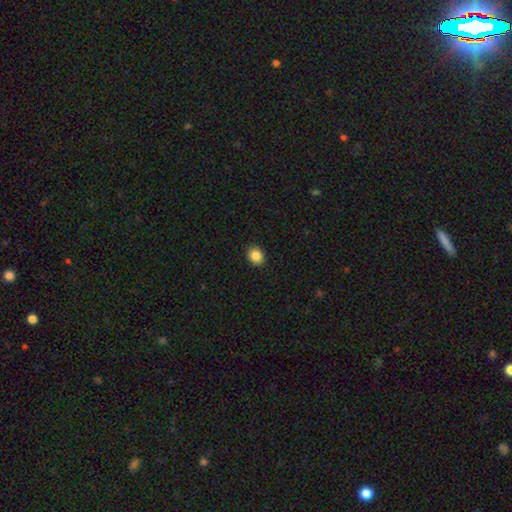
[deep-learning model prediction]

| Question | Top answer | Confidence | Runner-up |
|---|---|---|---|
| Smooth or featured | smooth | 86% | star or artifact (9%) |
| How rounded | round | 57% | in between (42%) |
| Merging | none | 92% | minor disturbance (6%) |